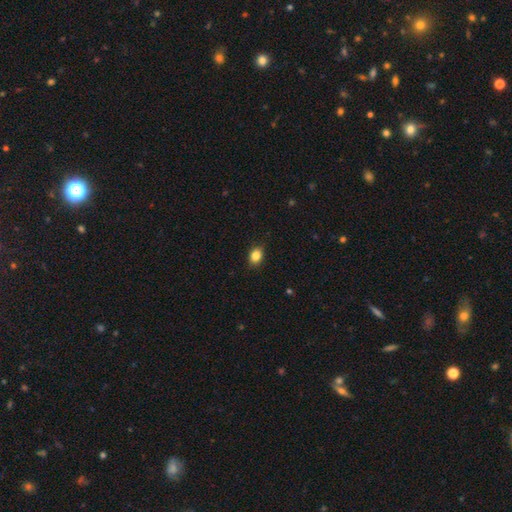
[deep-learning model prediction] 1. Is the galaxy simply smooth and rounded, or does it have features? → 85% smooth, 10% star or artifact, 5% featured or disk.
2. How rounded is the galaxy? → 63% in between, 36% round, 1% cigar-shaped.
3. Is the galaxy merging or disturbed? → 86% none, 11% minor disturbance, 2% major disturbance, 1% merger.